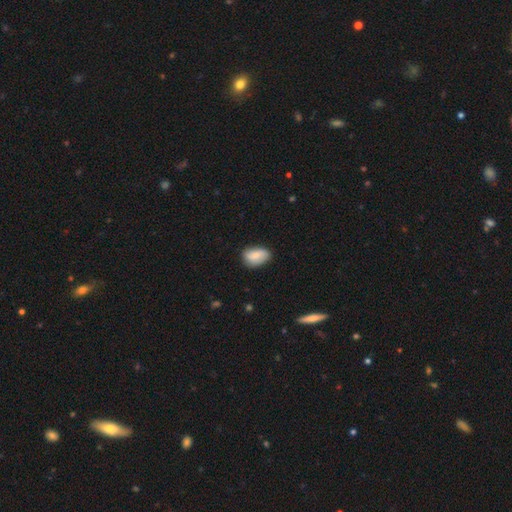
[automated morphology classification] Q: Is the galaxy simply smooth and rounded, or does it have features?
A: smooth — 80%.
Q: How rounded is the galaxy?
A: in between — 89%.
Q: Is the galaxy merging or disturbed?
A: none — 71%.